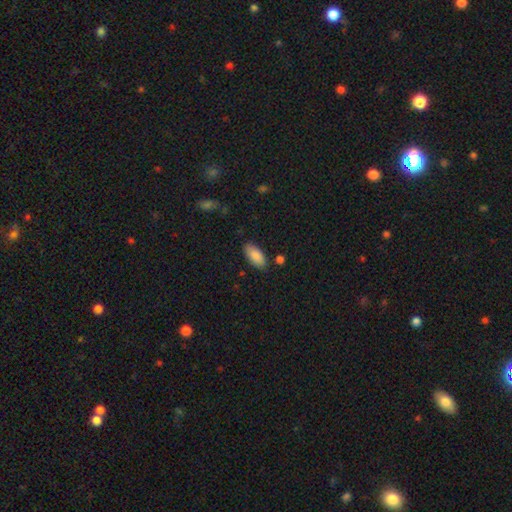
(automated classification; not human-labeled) Q: Smooth or featured?
A: smooth (88%); runner-up: star or artifact (6%)
Q: How rounded?
A: in between (90%); runner-up: cigar-shaped (8%)
Q: Merging?
A: none (83%); runner-up: minor disturbance (12%)